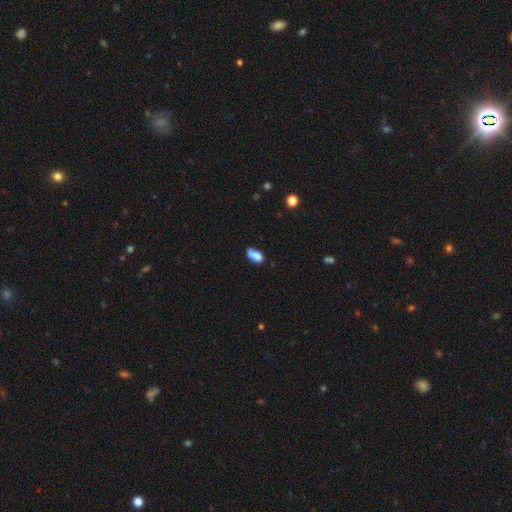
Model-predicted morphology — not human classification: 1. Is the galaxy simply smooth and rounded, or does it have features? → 75% smooth, 16% featured or disk, 9% star or artifact.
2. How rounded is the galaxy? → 90% in between, 6% round, 5% cigar-shaped.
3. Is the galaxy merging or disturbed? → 46% none, 30% minor disturbance, 13% major disturbance, 11% merger.